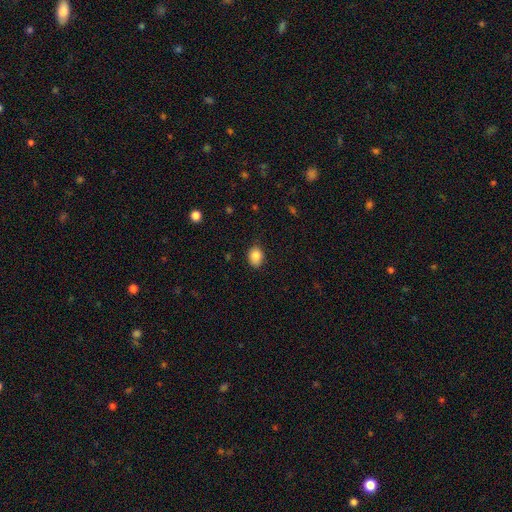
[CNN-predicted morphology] smooth-or-featured: smooth: 85% | star or artifact: 9% | featured or disk: 6%
  how-rounded: in between: 61% | round: 38% | cigar-shaped: 1%
  merging: none: 82% | minor disturbance: 14% | major disturbance: 2% | merger: 1%